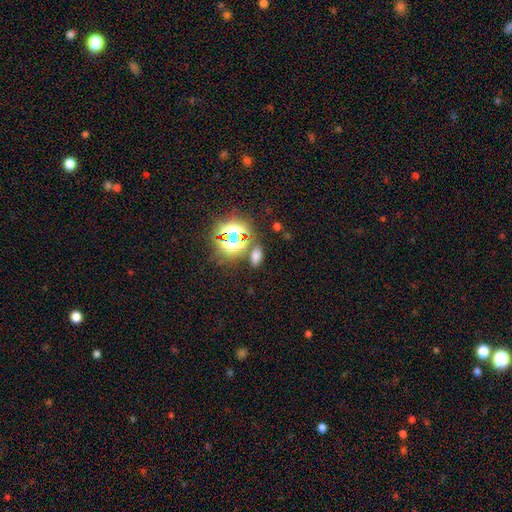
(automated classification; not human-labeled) Overall: smooth (59%; star or artifact 32%). How rounded: in between (81%). Merging: none (75%).